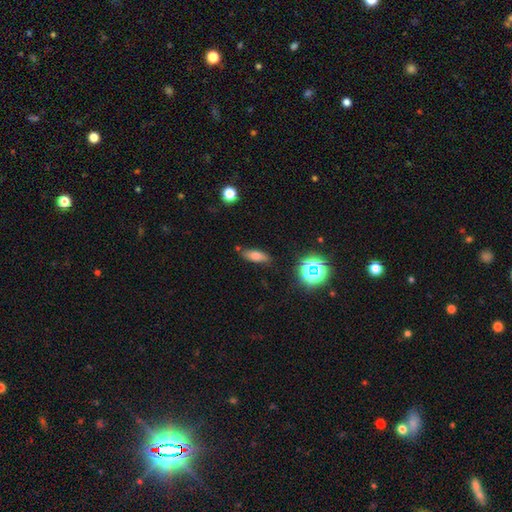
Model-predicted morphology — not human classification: This appears to be a smooth galaxy with no disk features (68%) that is in between round and cigar-shaped (62%). Merging: none (82%).